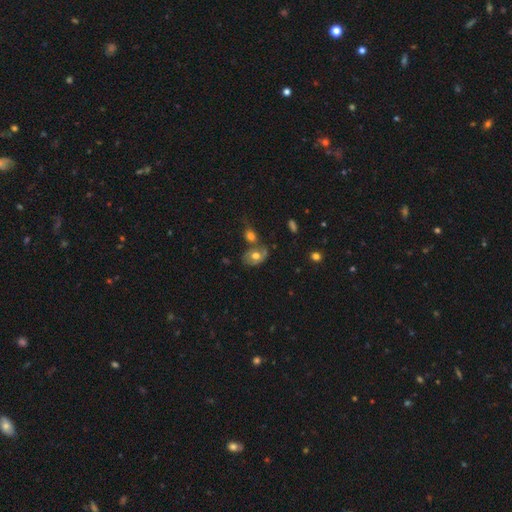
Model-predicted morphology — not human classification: A smooth galaxy with no disk features (57%) that is in between round and cigar-shaped (75%).

Vote fractions:
- Smooth or featured? smooth: 57% / featured or disk: 34% / star or artifact: 9%
- How rounded? in between: 75% / round: 23% / cigar-shaped: 1%
- Merging? none: 47% / merger: 29% / minor disturbance: 16% / major disturbance: 7%